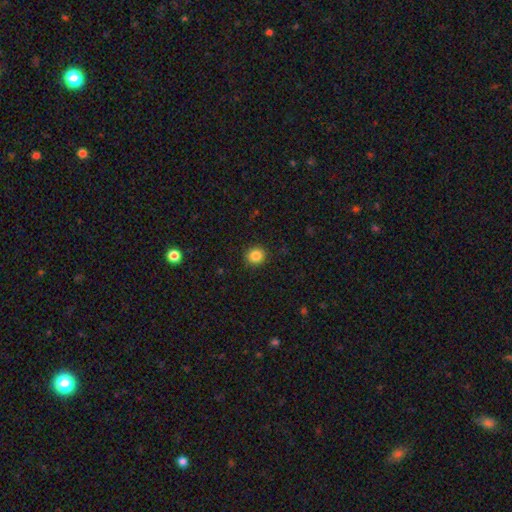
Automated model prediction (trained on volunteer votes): smooth-or-featured: smooth: 85% | star or artifact: 10% | featured or disk: 5%
  how-rounded: round: 90% | in between: 9% | cigar-shaped: 1%
  merging: none: 91% | minor disturbance: 6% | major disturbance: 2% | merger: 1%